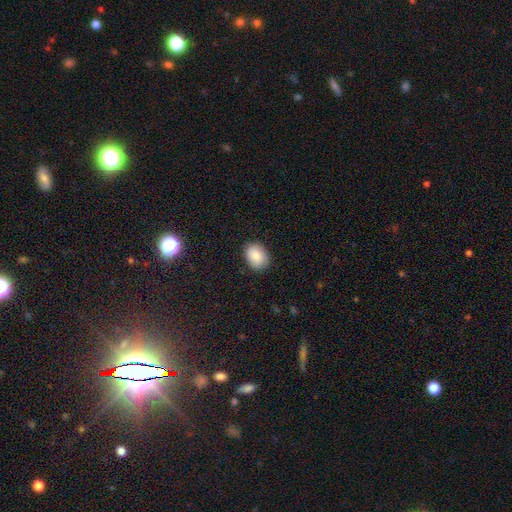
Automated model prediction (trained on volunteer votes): Smooth or featured?
  - smooth: 88% *
  - star or artifact: 7%
  - featured or disk: 5%
How rounded?
  - in between: 68% *
  - round: 31%
  - cigar-shaped: 1%
Merging?
  - none: 86% *
  - minor disturbance: 11%
  - major disturbance: 2%
  - merger: 1%